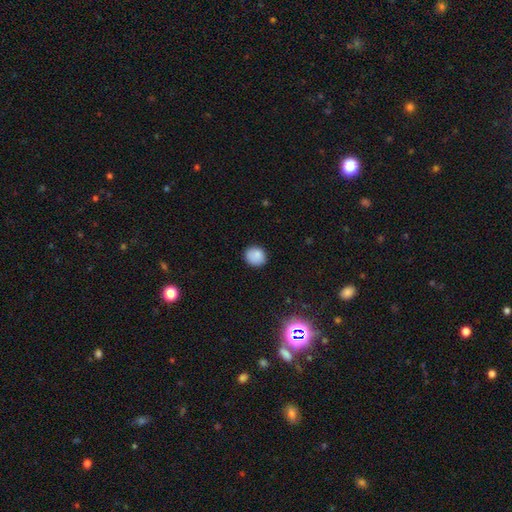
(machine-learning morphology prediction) smooth_or_featured: smooth (p=0.85) [alt: star or artifact p=0.10]
how_rounded: round (p=0.80) [alt: in between p=0.19]
merging: none (p=0.86) [alt: minor disturbance p=0.11]